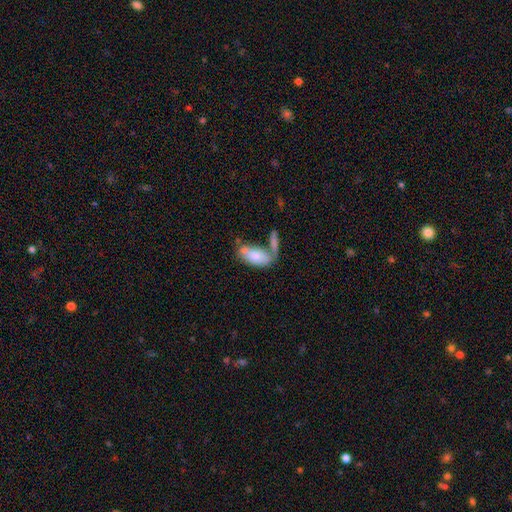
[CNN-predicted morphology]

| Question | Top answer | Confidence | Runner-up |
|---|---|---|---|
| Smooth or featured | smooth | 77% | featured or disk (16%) |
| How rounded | in between | 88% | cigar-shaped (10%) |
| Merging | merger | 40% | none (32%) |